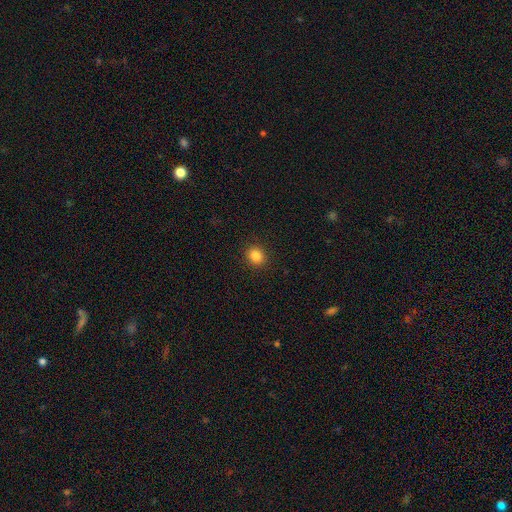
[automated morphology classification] Smooth or featured: smooth — 85% (star or artifact — 11%)
How rounded: round — 81% (in between — 18%)
Merging: none — 91% (minor disturbance — 6%)